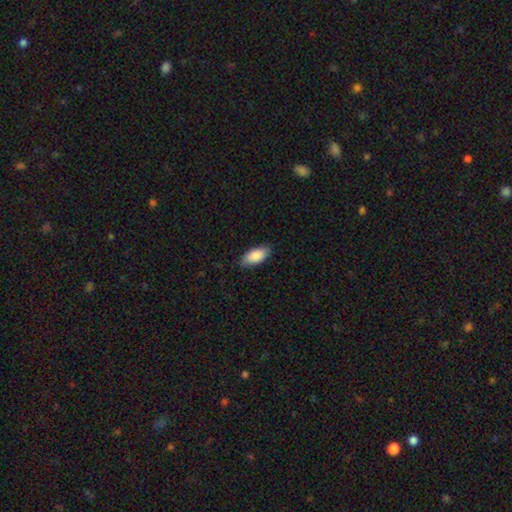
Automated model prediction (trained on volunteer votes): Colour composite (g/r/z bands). It shows a smooth galaxy with no disk features (87%) that is in between round and cigar-shaped (91%). Merging: none (86%).